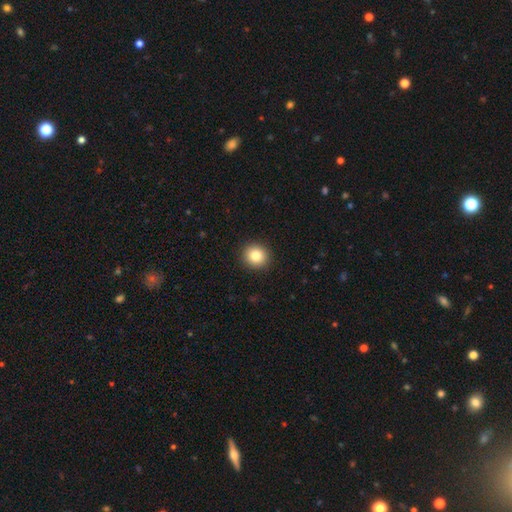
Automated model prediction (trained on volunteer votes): Overall: smooth (83%). How rounded: round (89%). Merging: none (92%).